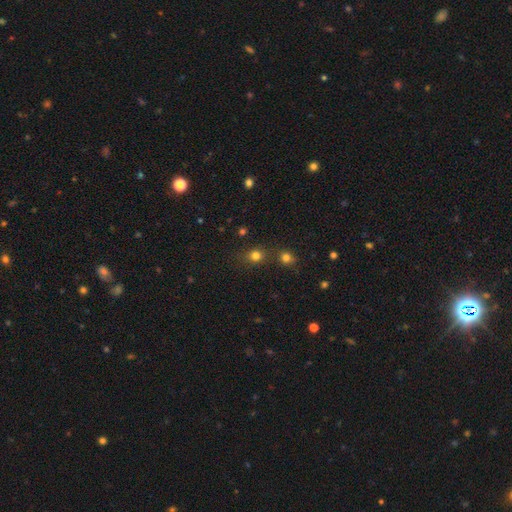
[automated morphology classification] Smooth or featured? smooth (76%)
How rounded? round (80%)
Merging? none (68%)